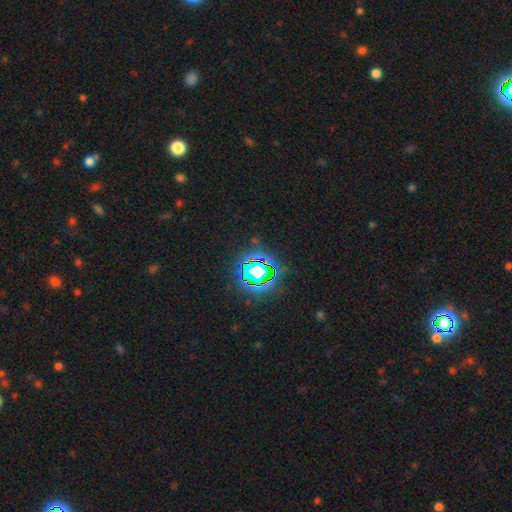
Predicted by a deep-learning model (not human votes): Smooth or featured? star or artifact (83%)